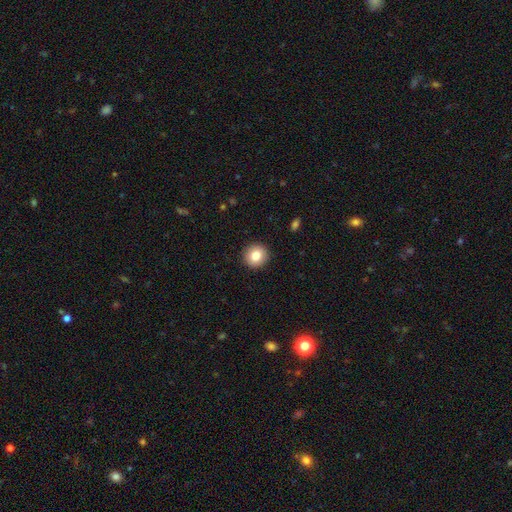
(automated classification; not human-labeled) Morphology: type=smooth (83%); roundness=round (93%); merging=none (92%).